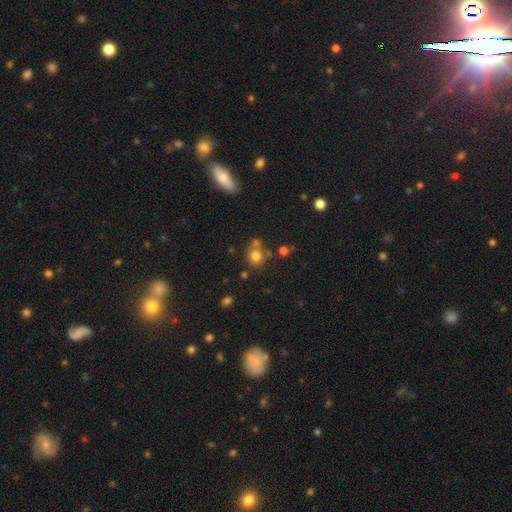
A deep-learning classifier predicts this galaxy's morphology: This appears to be a smooth galaxy with no disk features (76%) that is round (79%). Merging: none (60%).